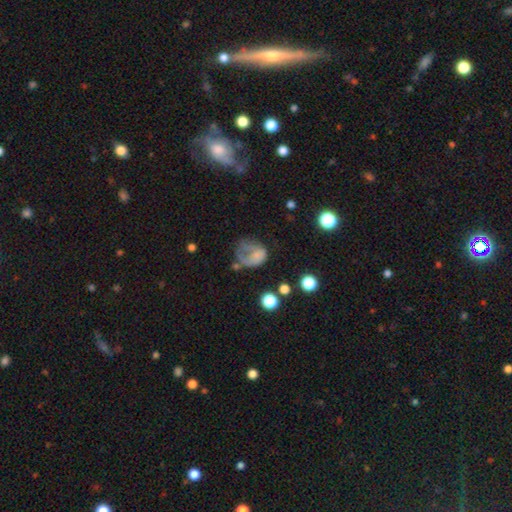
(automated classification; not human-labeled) Smooth or featured? Predicted: smooth (p=0.57). How rounded? Predicted: in between (p=0.50). Merging? Predicted: major disturbance (p=0.47).